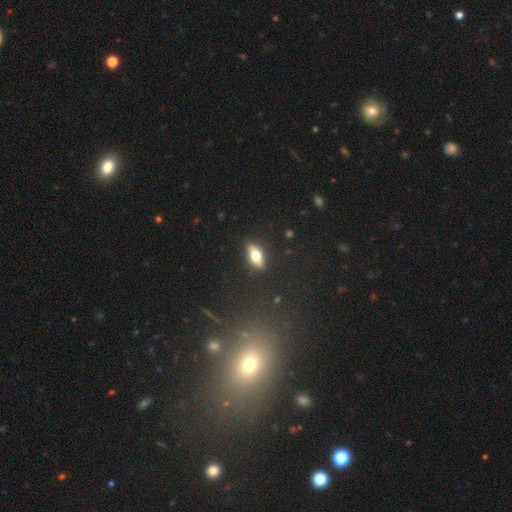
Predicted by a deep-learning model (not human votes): The model was most divided on "smooth or featured": smooth: 66%, featured or disk: 26%, star or artifact: 8%. More confident: merging — none (84%); how rounded — in between (78%).